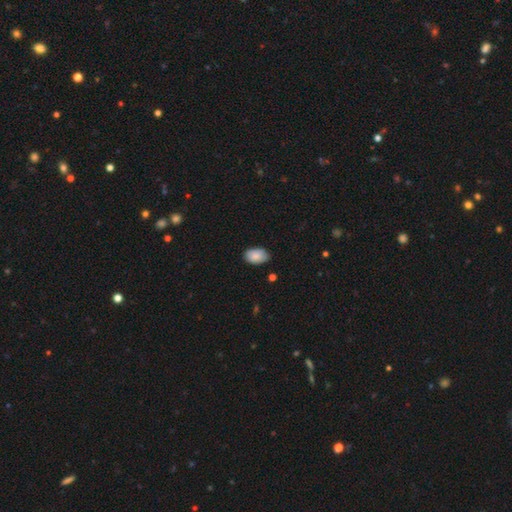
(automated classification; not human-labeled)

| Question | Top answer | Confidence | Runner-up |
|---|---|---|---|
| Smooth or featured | smooth | 87% | star or artifact (7%) |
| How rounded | in between | 91% | round (8%) |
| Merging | none | 80% | minor disturbance (16%) |